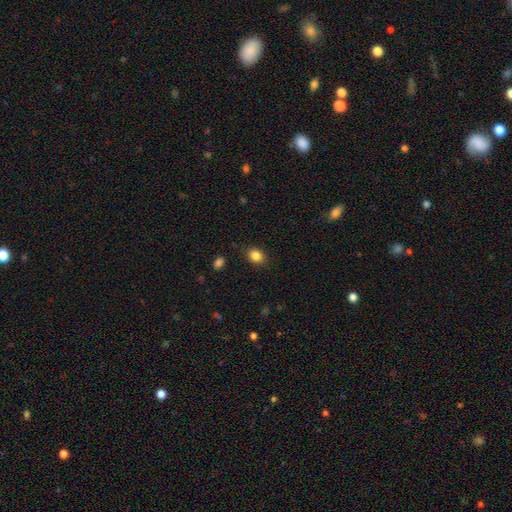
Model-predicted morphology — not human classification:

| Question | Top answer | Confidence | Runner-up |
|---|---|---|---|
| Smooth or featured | smooth | 85% | star or artifact (10%) |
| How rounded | in between | 56% | round (43%) |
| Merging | none | 85% | minor disturbance (11%) |